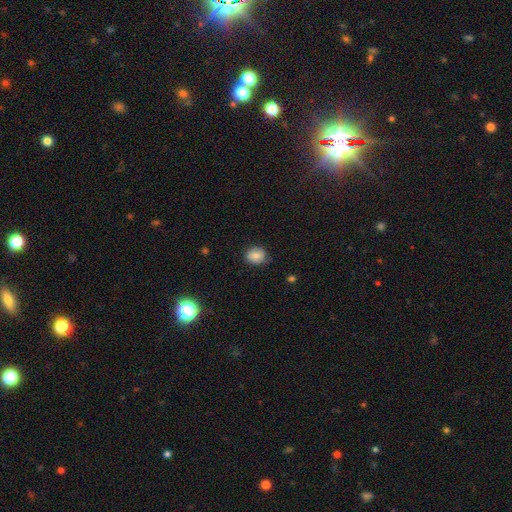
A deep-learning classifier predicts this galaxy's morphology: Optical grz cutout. It shows a smooth galaxy with no disk features (74%) that is round (65%). Merging: none (77%).